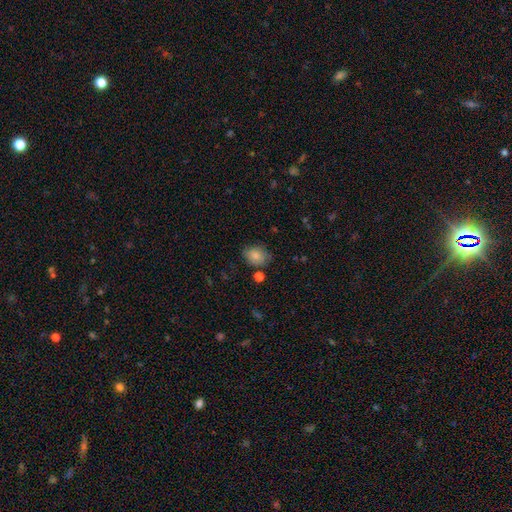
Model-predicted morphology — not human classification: type=smooth (83%); roundness=in between (68%); merging=none (70%).